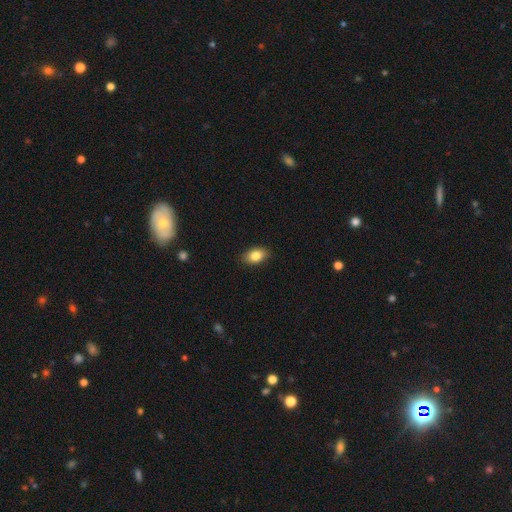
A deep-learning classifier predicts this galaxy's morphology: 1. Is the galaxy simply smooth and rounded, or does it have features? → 85% smooth, 8% featured or disk, 8% star or artifact.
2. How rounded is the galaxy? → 88% in between, 10% round, 2% cigar-shaped.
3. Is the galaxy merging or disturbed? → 89% none, 9% minor disturbance, 2% major disturbance, 1% merger.